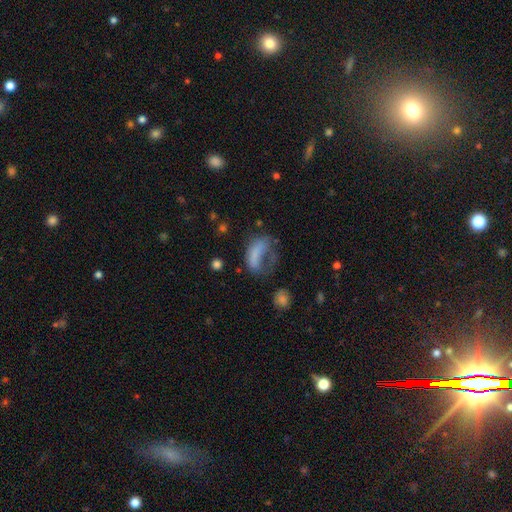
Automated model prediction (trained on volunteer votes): Smooth or featured: smooth — 62% (featured or disk — 25%)
How rounded: in between — 79% (round — 12%)
Merging: major disturbance — 55% (none — 21%)